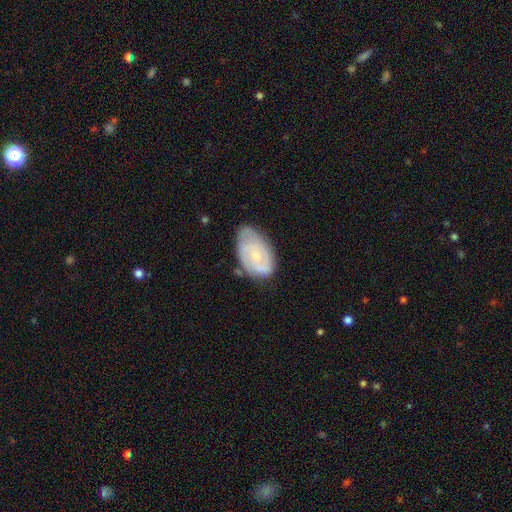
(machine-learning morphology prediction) smooth_or_featured: featured or disk (p=0.61) [alt: smooth p=0.33]
disk_edge_on: no (p=0.96) [alt: yes p=0.04]
bar: no (p=0.71) [alt: weak p=0.25]
has_spiral_arms: yes (p=0.82) [alt: no p=0.18]
bulge_size: small (p=0.64) [alt: moderate p=0.26]
merging: none (p=0.61) [alt: minor disturbance p=0.29]